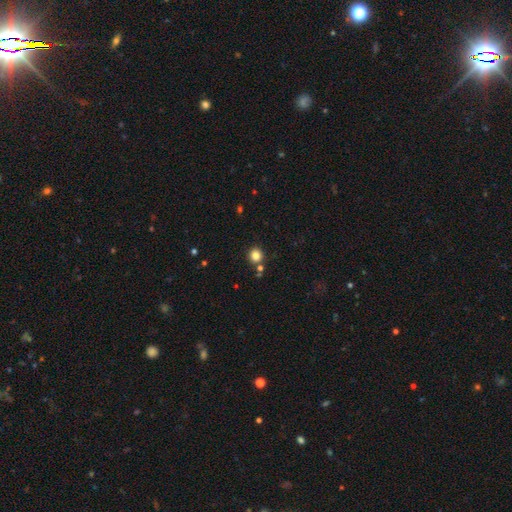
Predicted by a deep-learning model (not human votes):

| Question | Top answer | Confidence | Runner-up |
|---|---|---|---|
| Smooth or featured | smooth | 82% | star or artifact (13%) |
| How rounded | round | 92% | in between (7%) |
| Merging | none | 81% | merger (9%) |